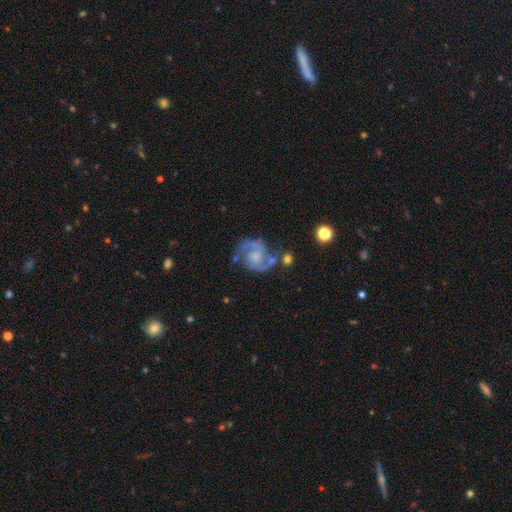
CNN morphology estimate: Smooth or featured: featured or disk — 89% (smooth — 6%)
Edge-on disk: no — 98% (yes — 2%)
Bar: no — 57% (weak — 36%)
Spiral arms: yes — 97% (no — 3%)
Spiral winding: medium — 60% (tight — 24%)
Spiral arm count: 2 — 92% (can't tell — 3%)
Bulge size: small — 40% (moderate — 33%)
Merging: none — 66% (minor disturbance — 18%)